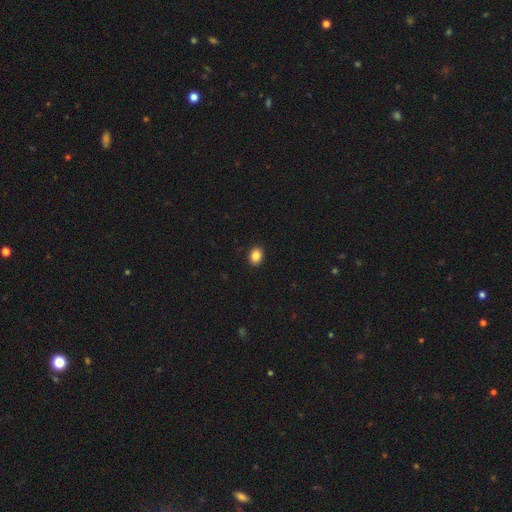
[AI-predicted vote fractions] smooth_or_featured: smooth (p=0.88) [alt: star or artifact p=0.09]
how_rounded: in between (p=0.67) [alt: round p=0.32]
merging: none (p=0.91) [alt: minor disturbance p=0.07]